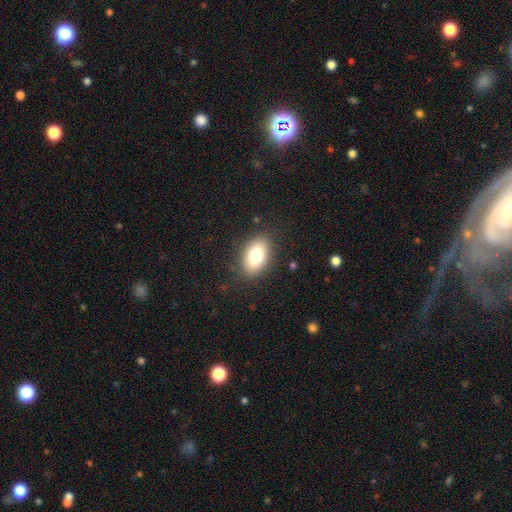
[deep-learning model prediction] A smooth galaxy with no disk features (79%) that is in between round and cigar-shaped (90%). Merging: none (84%).